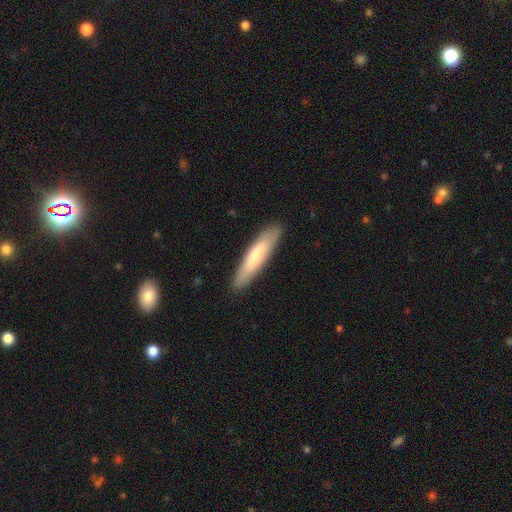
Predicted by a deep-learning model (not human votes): Q: Smooth or featured?
A: smooth (71%); runner-up: featured or disk (23%)
Q: How rounded?
A: cigar-shaped (81%); runner-up: in between (17%)
Q: Merging?
A: none (88%); runner-up: minor disturbance (9%)